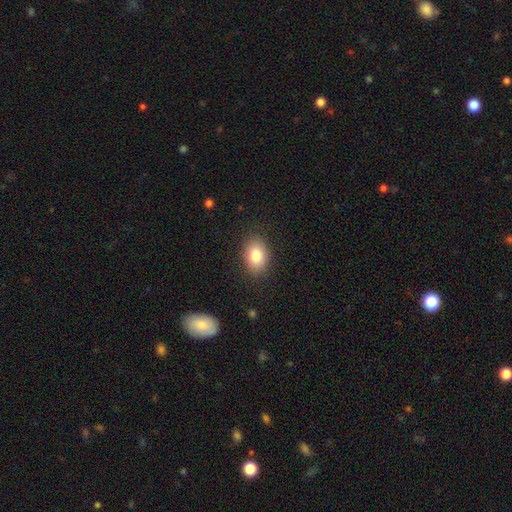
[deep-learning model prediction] Smooth or featured: smooth — 83% (featured or disk — 9%)
How rounded: in between — 79% (round — 20%)
Merging: none — 87% (minor disturbance — 9%)